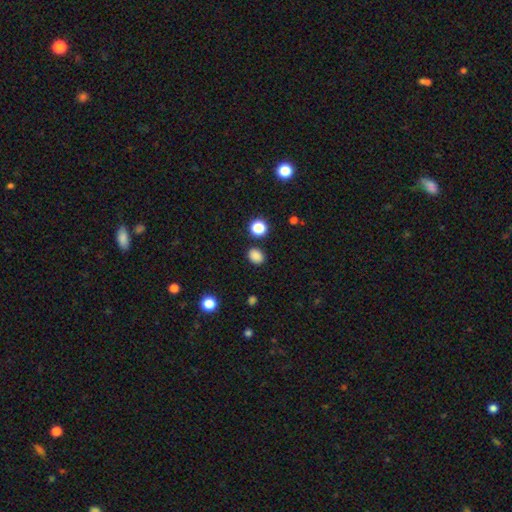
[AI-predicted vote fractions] The model was most divided on "how rounded": round: 50%, in between: 49%, cigar-shaped: 1%. More confident: merging — none (87%); smooth or featured — smooth (85%).